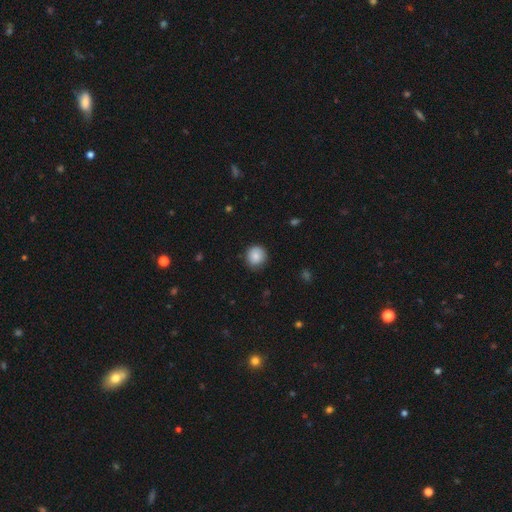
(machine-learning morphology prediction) Q: Smooth or featured?
A: smooth (85%); runner-up: star or artifact (8%)
Q: How rounded?
A: round (90%); runner-up: in between (9%)
Q: Merging?
A: none (82%); runner-up: minor disturbance (14%)